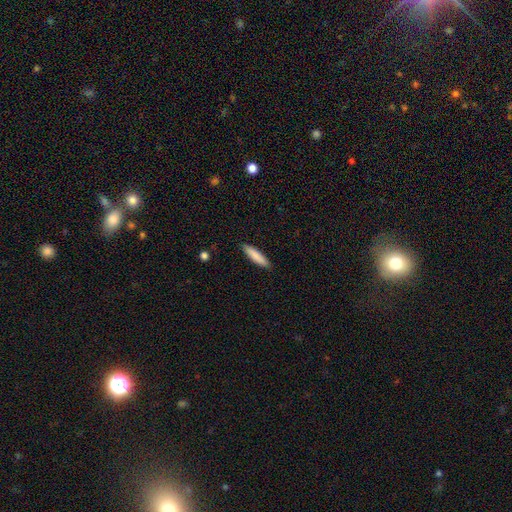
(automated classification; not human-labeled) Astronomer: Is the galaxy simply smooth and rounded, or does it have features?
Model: smooth — 85%.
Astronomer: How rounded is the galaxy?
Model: cigar-shaped — 78%.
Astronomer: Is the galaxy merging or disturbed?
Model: none — 89%.